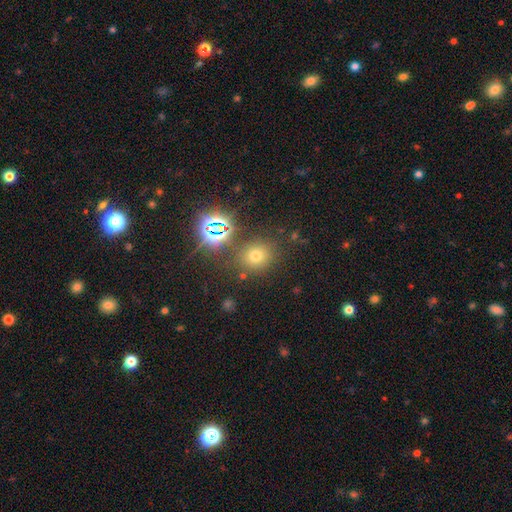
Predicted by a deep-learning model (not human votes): Smooth or featured: smooth — 62% (star or artifact — 29%)
How rounded: round — 81% (in between — 18%)
Merging: none — 81% (minor disturbance — 9%)